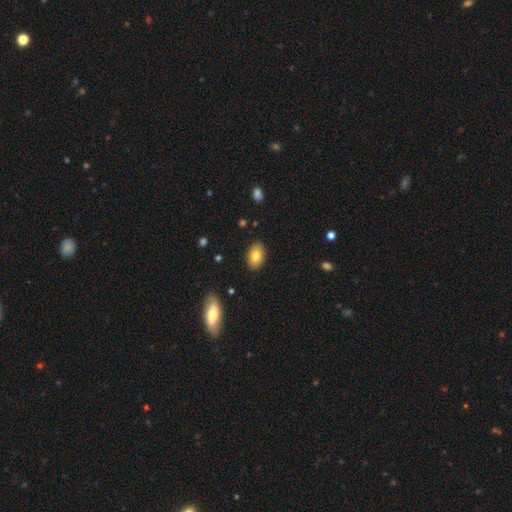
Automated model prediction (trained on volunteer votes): Overall: smooth (79%). How rounded: in between (87%). Merging: none (88%).